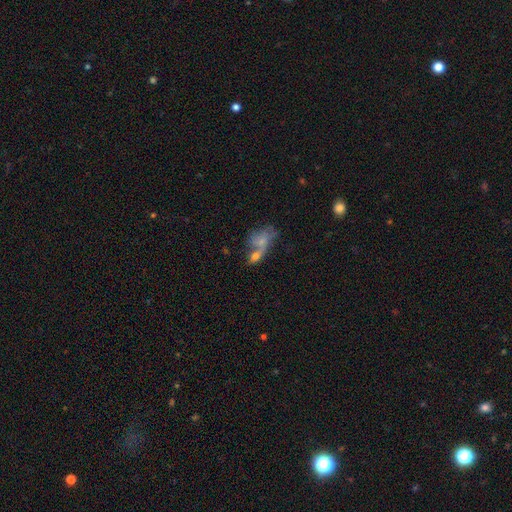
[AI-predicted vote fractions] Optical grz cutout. It shows a smooth galaxy with no disk features (46%). Merging: merger (48%).